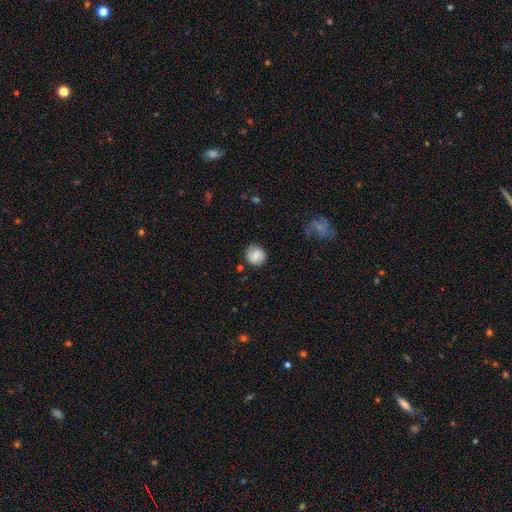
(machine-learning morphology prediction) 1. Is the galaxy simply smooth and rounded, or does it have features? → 67% smooth, 25% featured or disk, 8% star or artifact.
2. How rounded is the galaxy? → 85% round, 14% in between, 1% cigar-shaped.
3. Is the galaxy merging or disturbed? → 77% none, 17% minor disturbance, 4% major disturbance, 2% merger.